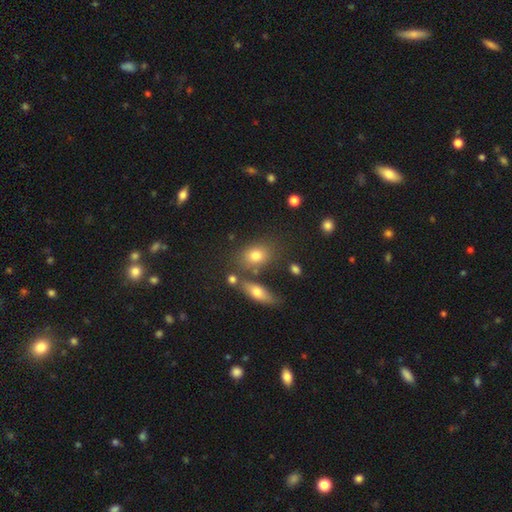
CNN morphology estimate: Smooth or featured? Predicted: smooth (p=0.76). How rounded? Predicted: in between (p=0.66). Merging? Predicted: none (p=0.67).